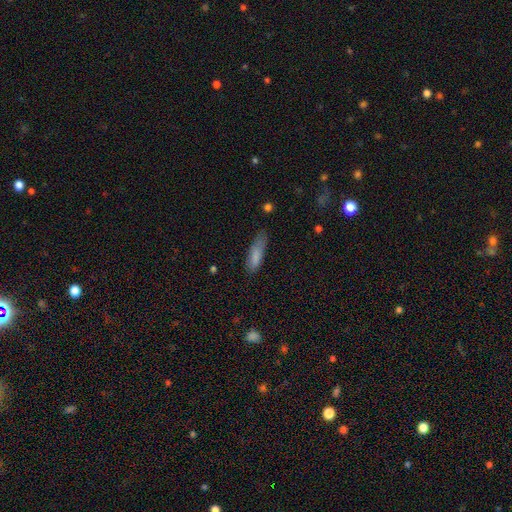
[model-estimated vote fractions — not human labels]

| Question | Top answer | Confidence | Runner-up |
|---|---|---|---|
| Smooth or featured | smooth | 82% | featured or disk (11%) |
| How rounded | cigar-shaped | 57% | in between (42%) |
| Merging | none | 57% | minor disturbance (31%) |